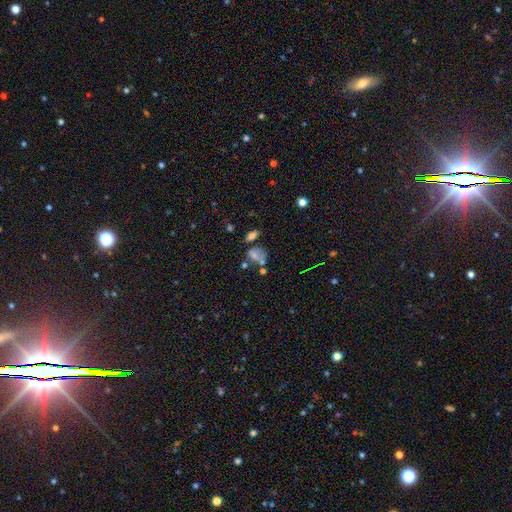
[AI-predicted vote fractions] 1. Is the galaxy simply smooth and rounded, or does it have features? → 61% smooth, 20% featured or disk, 19% star or artifact.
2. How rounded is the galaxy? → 72% in between, 25% round, 3% cigar-shaped.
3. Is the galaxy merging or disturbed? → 34% none, 26% merger, 21% minor disturbance, 19% major disturbance.